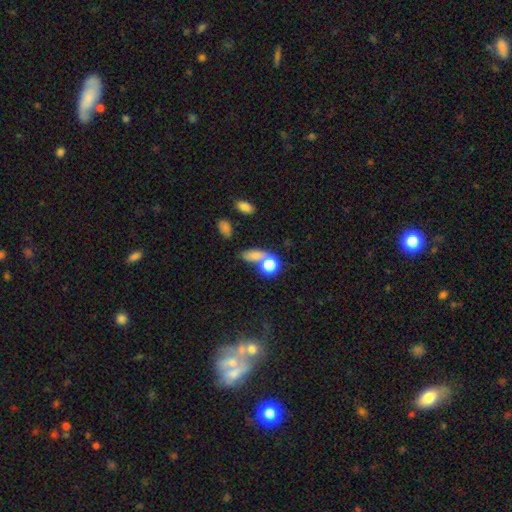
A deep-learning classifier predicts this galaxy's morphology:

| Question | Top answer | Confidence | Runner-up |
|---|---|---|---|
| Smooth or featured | smooth | 72% | star or artifact (16%) |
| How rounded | in between | 54% | round (34%) |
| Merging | none | 40% | merger (36%) |